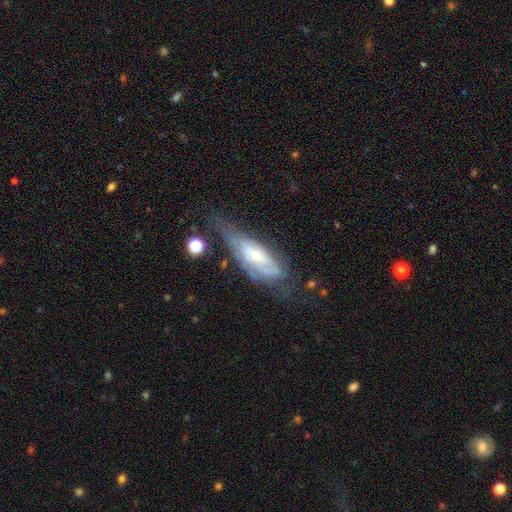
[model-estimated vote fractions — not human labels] This appears to be a featured or disk galaxy (71%) with no bar (63%), spiral arms (71%) and a small central bulge (49%). Merging: none (41%).